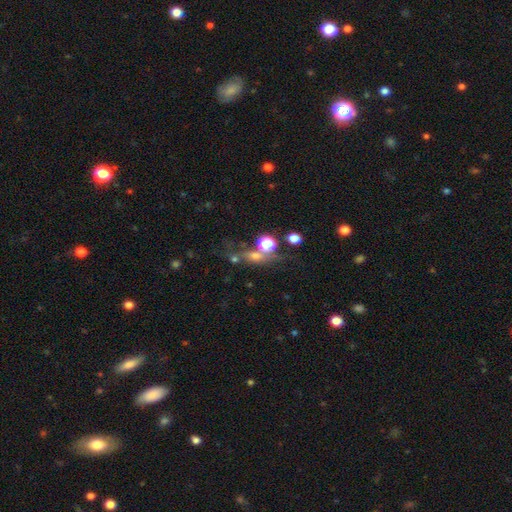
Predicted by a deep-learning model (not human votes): Morphology: type=smooth (52%); roundness=round (47%); merging=none (50%).